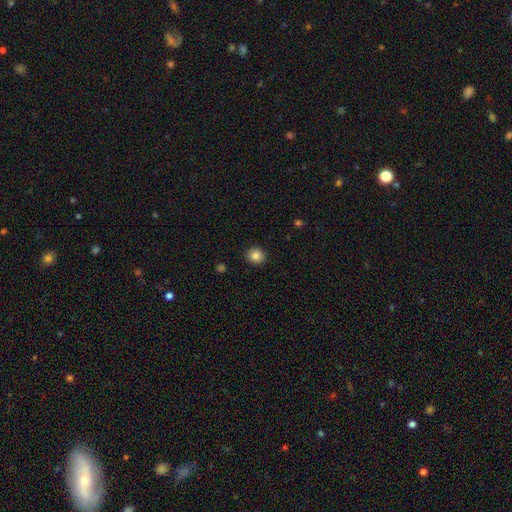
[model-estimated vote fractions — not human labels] Smooth or featured? smooth (85%)
How rounded? round (87%)
Merging? none (91%)